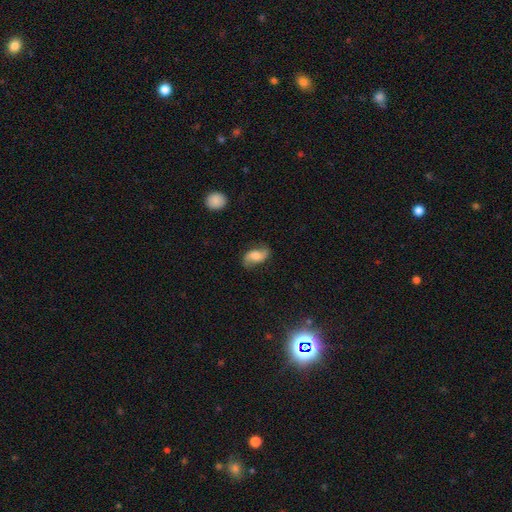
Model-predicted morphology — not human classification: The model was most divided on "bulge size": moderate: 40%, large: 22%, small: 21%, none: 13%, dominant: 4%. More confident: edge-on disk — no (95%); spiral arms — yes (92%); spiral arm count — 2 (91%); merging — none (73%); spiral winding — loose (69%); smooth or featured — featured or disk (60%); bar — no (54%).